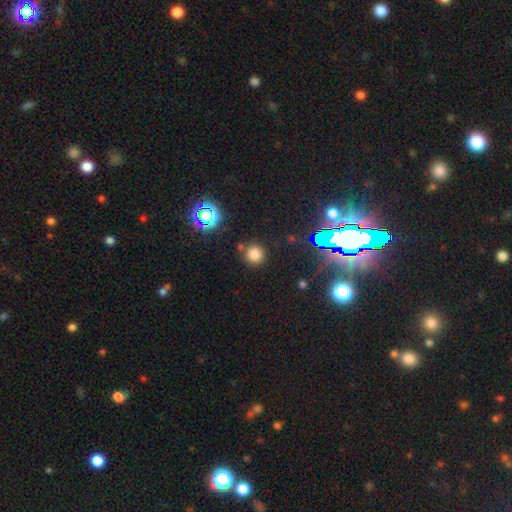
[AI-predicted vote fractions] Morphology: type=smooth (70%); roundness=round (93%); merging=none (82%).